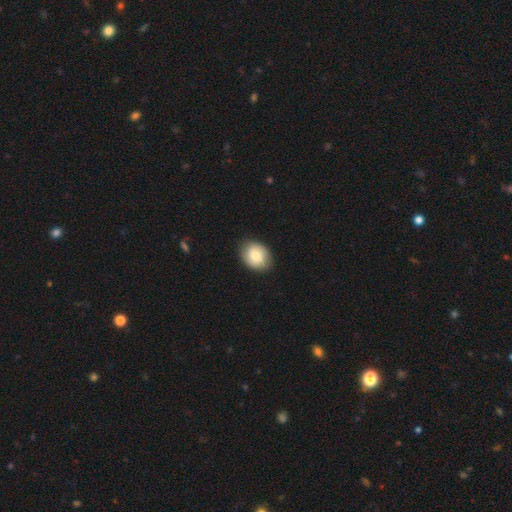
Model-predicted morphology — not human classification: Smooth or featured?
  - smooth: 74% *
  - featured or disk: 19%
  - star or artifact: 7%
How rounded?
  - in between: 55% *
  - round: 44%
  - cigar-shaped: 1%
Merging?
  - none: 85% *
  - minor disturbance: 11%
  - major disturbance: 2%
  - merger: 1%